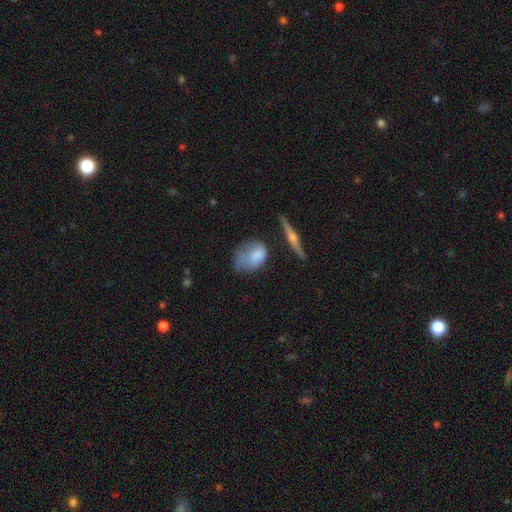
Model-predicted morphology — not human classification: A smooth galaxy with no disk features (70%) that is in between round and cigar-shaped (79%).

Vote fractions:
- Smooth or featured? smooth: 70% / featured or disk: 22% / star or artifact: 8%
- How rounded? in between: 79% / round: 18% / cigar-shaped: 3%
- Merging? minor disturbance: 36% / none: 33% / major disturbance: 25% / merger: 6%